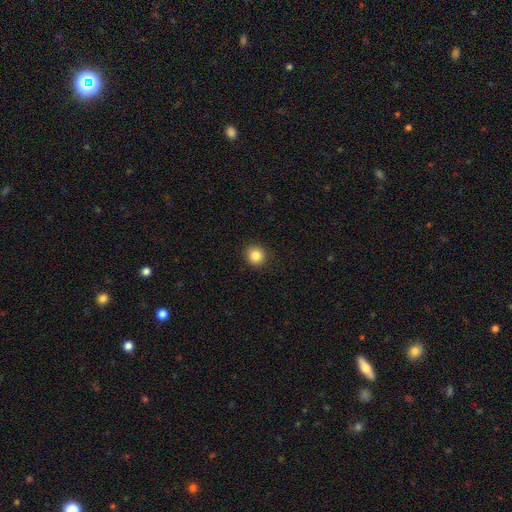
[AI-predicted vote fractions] The model was most divided on "smooth or featured": smooth: 85%, star or artifact: 10%, featured or disk: 5%. More confident: merging — none (92%); how rounded — round (92%).